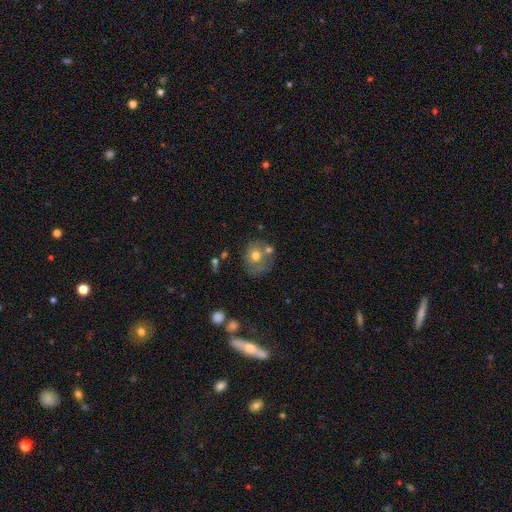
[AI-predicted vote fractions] Smooth or featured? Predicted: smooth (p=0.60). How rounded? Predicted: round (p=0.75). Merging? Predicted: none (p=0.51).